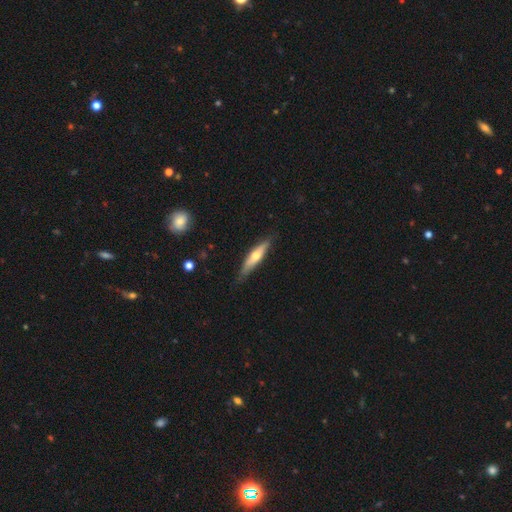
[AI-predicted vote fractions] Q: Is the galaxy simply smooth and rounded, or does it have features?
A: smooth — 48%.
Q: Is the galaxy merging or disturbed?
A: none — 81%.